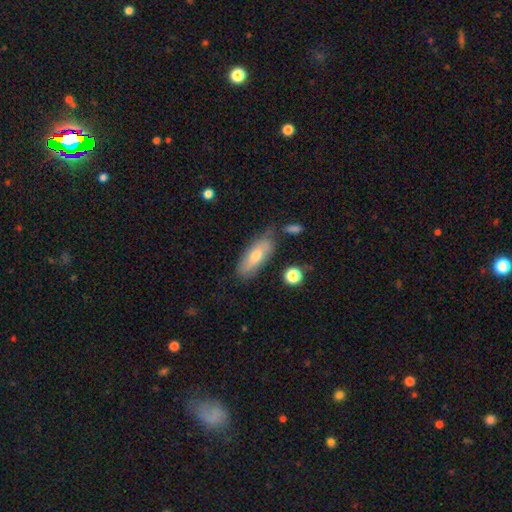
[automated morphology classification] A smooth galaxy with no disk features (64%) that is in between round and cigar-shaped (72%).

Vote fractions:
- Smooth or featured? smooth: 64% / featured or disk: 29% / star or artifact: 7%
- How rounded? in between: 72% / cigar-shaped: 25% / round: 3%
- Merging? none: 67% / minor disturbance: 22% / major disturbance: 5% / merger: 5%